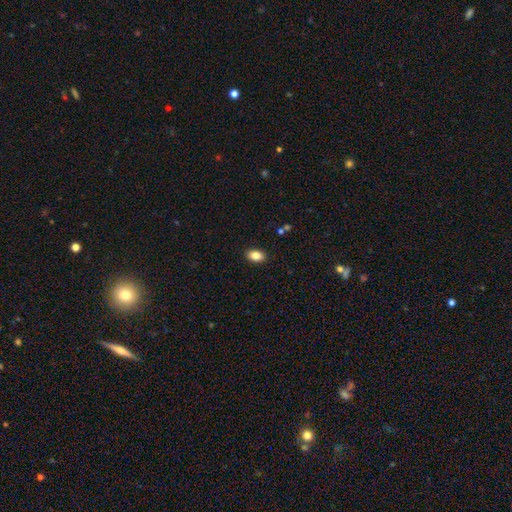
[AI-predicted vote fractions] This is clearly a smooth galaxy (85%). How rounded: clearly in between (88%). Merging: clearly none (89%).